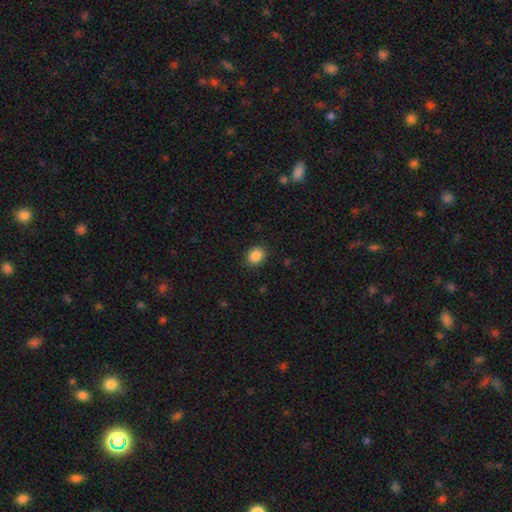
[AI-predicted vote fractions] Smooth or featured? smooth (87%)
How rounded? round (61%)
Merging? none (89%)